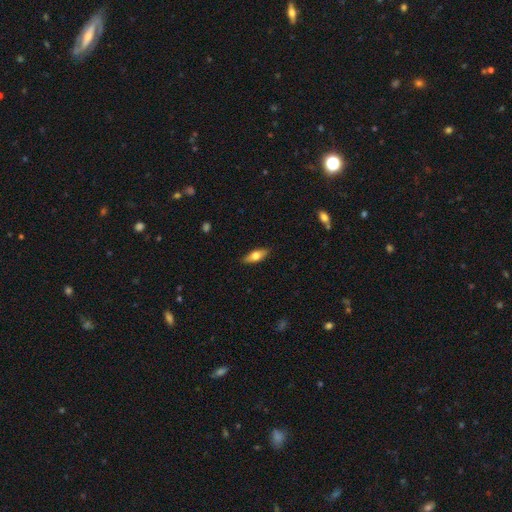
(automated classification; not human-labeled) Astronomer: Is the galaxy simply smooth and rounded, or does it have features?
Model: smooth — 64%.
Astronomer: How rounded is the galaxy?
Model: in between — 72%.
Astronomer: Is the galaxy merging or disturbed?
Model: none — 88%.